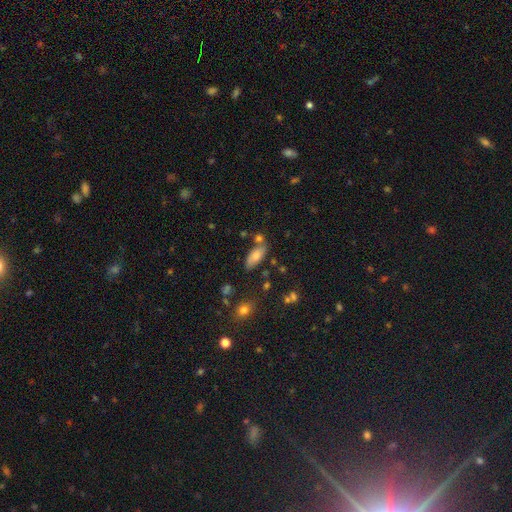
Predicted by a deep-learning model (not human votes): Q: Smooth or featured?
A: smooth (73%); runner-up: featured or disk (18%)
Q: How rounded?
A: in between (85%); runner-up: cigar-shaped (12%)
Q: Merging?
A: none (62%); runner-up: minor disturbance (18%)